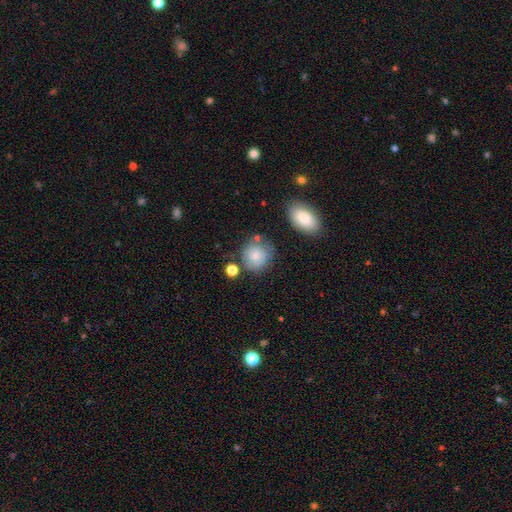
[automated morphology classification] Overall: smooth (80%). How rounded: round (83%). Merging: none (66%).